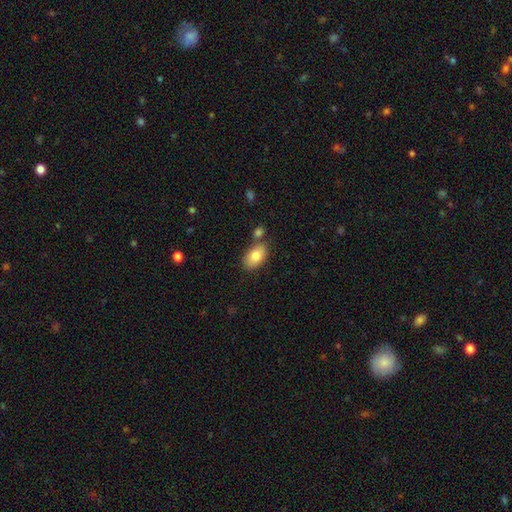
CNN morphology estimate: Smooth or featured? smooth (80%)
How rounded? in between (91%)
Merging? none (69%)